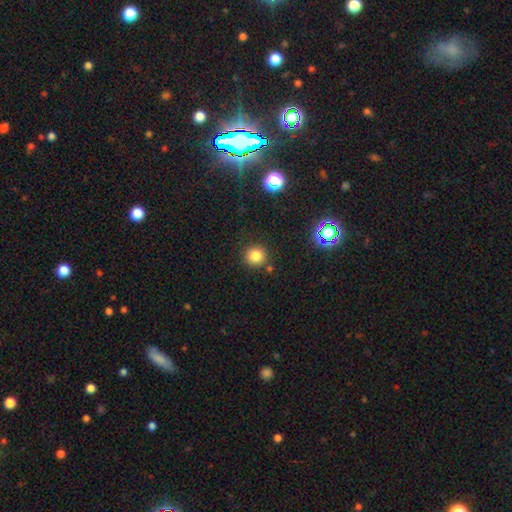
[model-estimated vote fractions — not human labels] Q: Smooth or featured?
A: smooth (80%); runner-up: star or artifact (15%)
Q: How rounded?
A: round (92%); runner-up: in between (7%)
Q: Merging?
A: none (84%); runner-up: minor disturbance (8%)